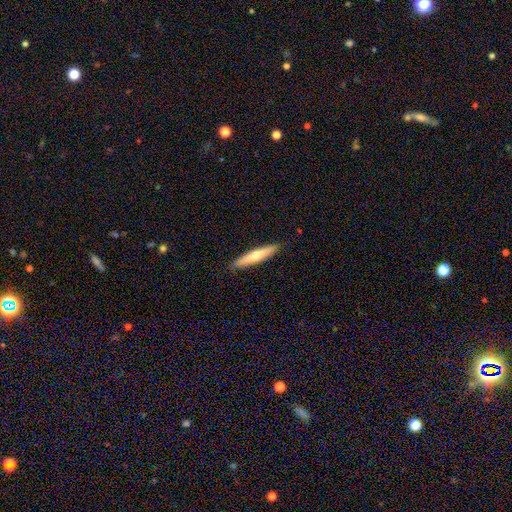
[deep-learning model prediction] Morphology: type=smooth (57%); roundness=cigar-shaped (91%); merging=none (89%).